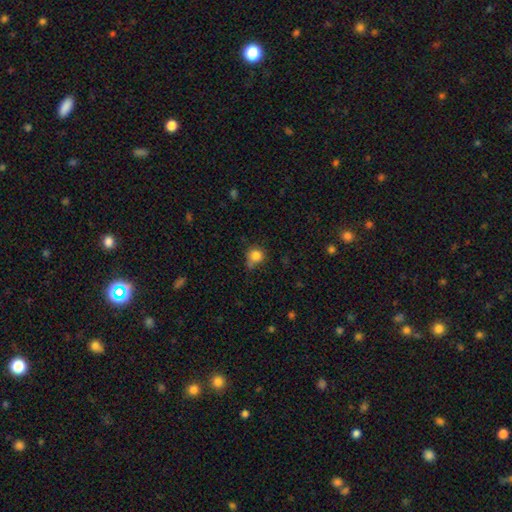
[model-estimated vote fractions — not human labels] smooth_or_featured: smooth (p=0.82) [alt: star or artifact p=0.11]
how_rounded: round (p=0.82) [alt: in between p=0.17]
merging: none (p=0.53) [alt: minor disturbance p=0.31]